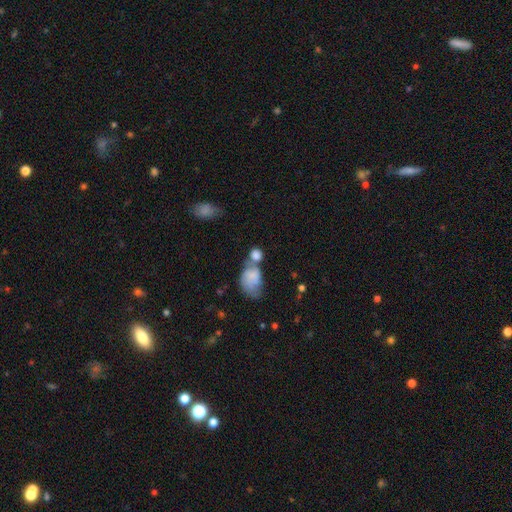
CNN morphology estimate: type=smooth (76%); roundness=in between (52%); merging=merger (50%).